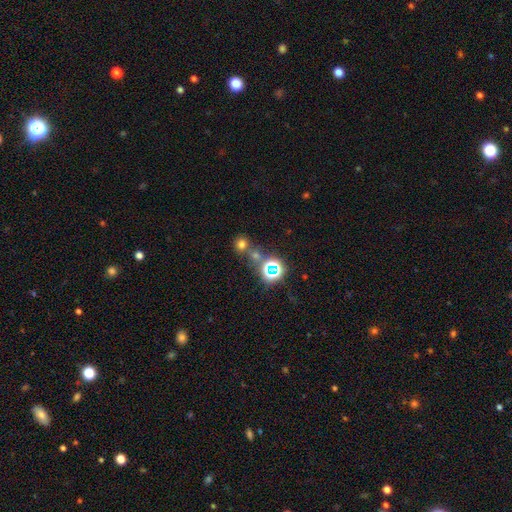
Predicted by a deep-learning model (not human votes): Smooth or featured? smooth (48%)
Merging? none (63%)